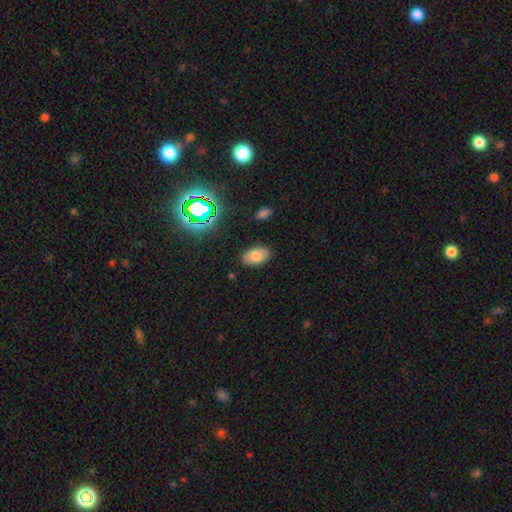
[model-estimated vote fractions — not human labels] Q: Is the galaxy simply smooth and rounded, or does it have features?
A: smooth — 74%.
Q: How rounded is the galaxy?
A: in between — 92%.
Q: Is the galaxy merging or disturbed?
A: none — 86%.